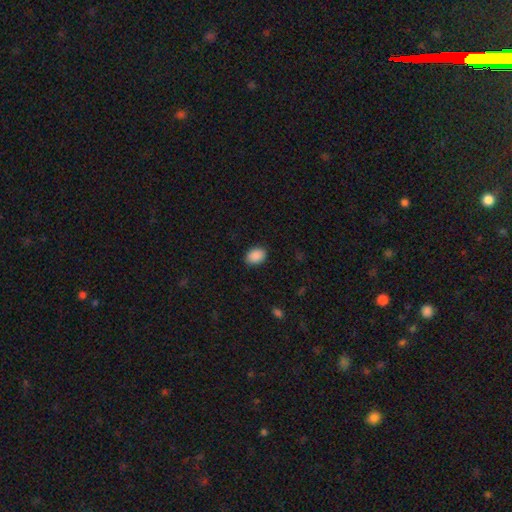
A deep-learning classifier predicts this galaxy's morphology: smooth 90%, star or artifact 8%, featured or disk 2%. Down the decision tree: how rounded — in between (73%); merging — none (88%).